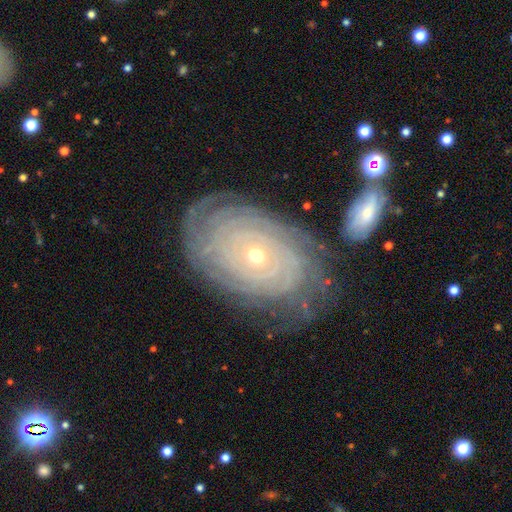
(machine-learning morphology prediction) This appears to be a featured or disk galaxy (86%) with no bar (83%), tight (89%) spiral arms (95%) and a small central bulge (64%). Merging: none (75%).